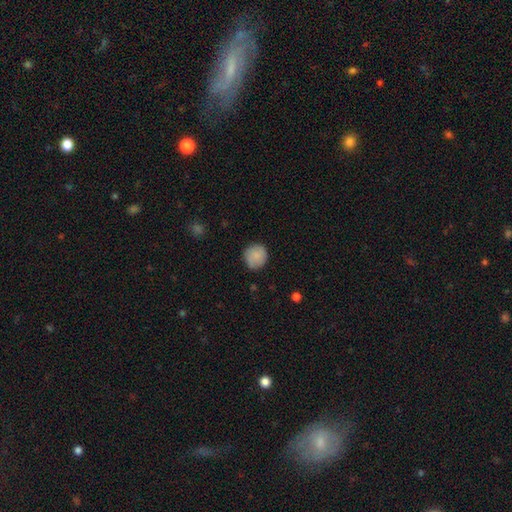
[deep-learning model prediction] This appears to be a smooth galaxy with no disk features (83%) that is round (91%). Merging: none (83%).